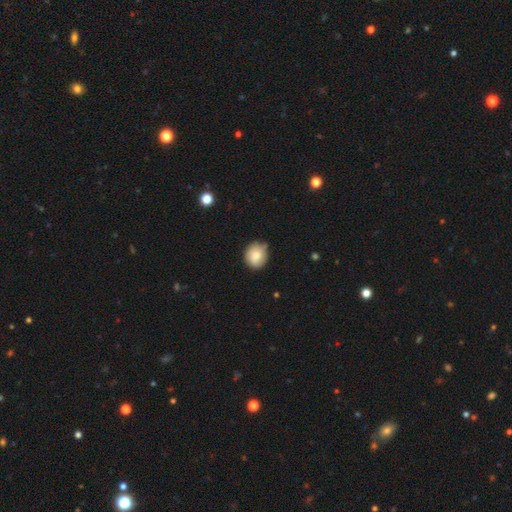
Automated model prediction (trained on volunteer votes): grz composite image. It shows a smooth galaxy with no disk features (84%) that is round (75%). Merging: none (73%).